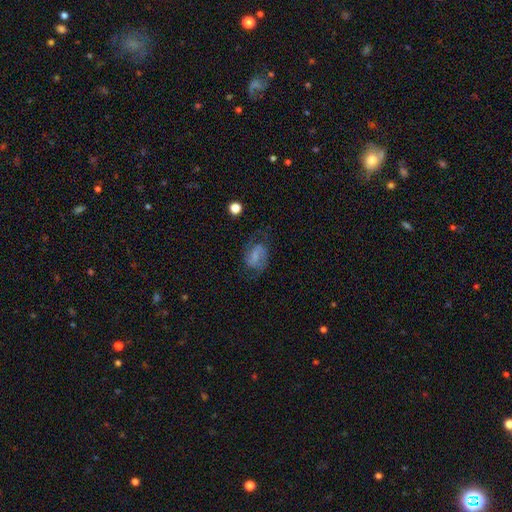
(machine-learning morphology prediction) Smooth or featured?
  - featured or disk: 57% *
  - smooth: 33%
  - star or artifact: 10%
Edge-on disk?
  - no: 96% *
  - yes: 4%
Bar?
  - weak: 46% *
  - strong: 28%
  - no: 26%
Spiral arms?
  - yes: 83% *
  - no: 17%
Bulge size?
  - none: 46% *
  - small: 32%
  - moderate: 16%
  - large: 5%
  - dominant: 2%
Merging?
  - none: 58% *
  - minor disturbance: 22%
  - major disturbance: 17%
  - merger: 2%